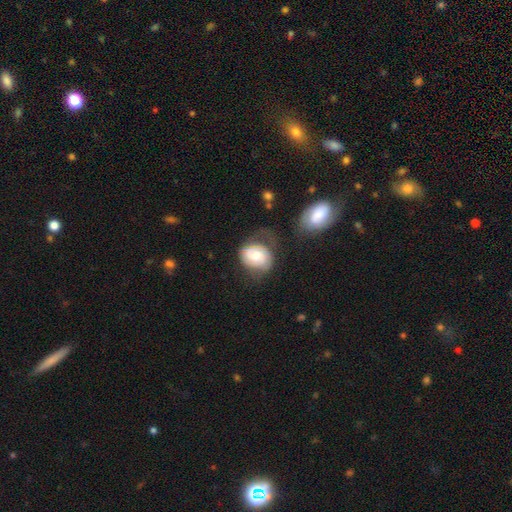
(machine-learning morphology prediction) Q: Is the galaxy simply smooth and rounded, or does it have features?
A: featured or disk — 50%.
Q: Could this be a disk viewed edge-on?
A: no — 97%.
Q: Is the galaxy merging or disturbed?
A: none — 45%.